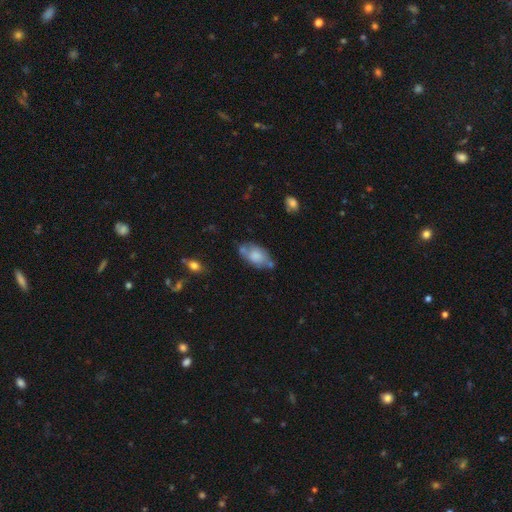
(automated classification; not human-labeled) Smooth or featured? Predicted: smooth (p=0.70). How rounded? Predicted: in between (p=0.92). Merging? Predicted: none (p=0.51).